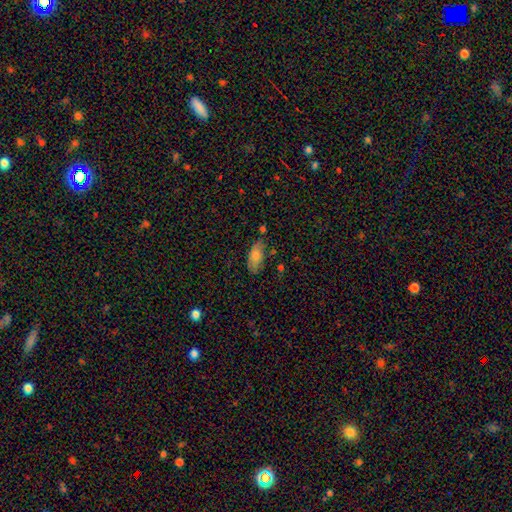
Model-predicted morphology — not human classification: This is clearly a smooth galaxy (81%). How rounded: clearly in between (87%). Merging: likely none (67%).